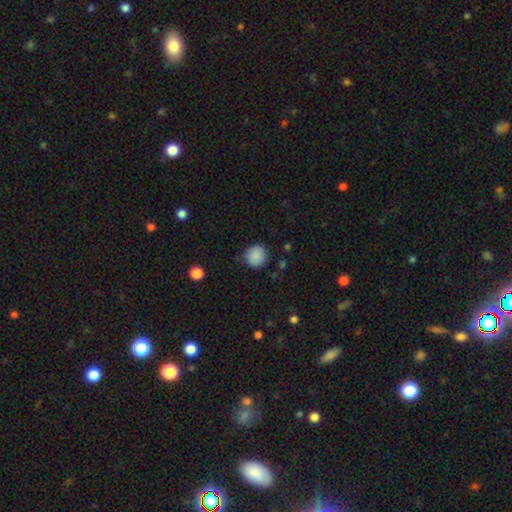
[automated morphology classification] Smooth or featured: smooth — 88% (star or artifact — 9%)
How rounded: round — 88% (in between — 11%)
Merging: none — 80% (minor disturbance — 14%)